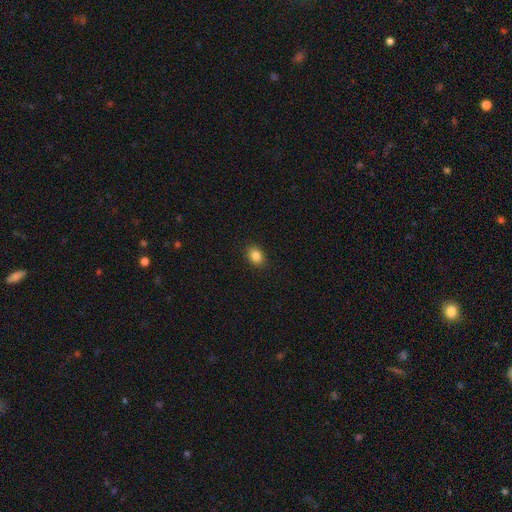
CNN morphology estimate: This appears to be a smooth galaxy with no disk features (85%) that is in between round and cigar-shaped (64%). Merging: none (90%).